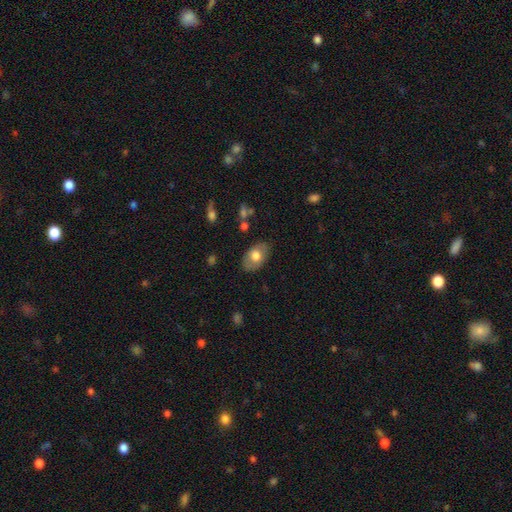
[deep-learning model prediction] Smooth or featured? smooth (69%)
How rounded? in between (89%)
Merging? none (81%)